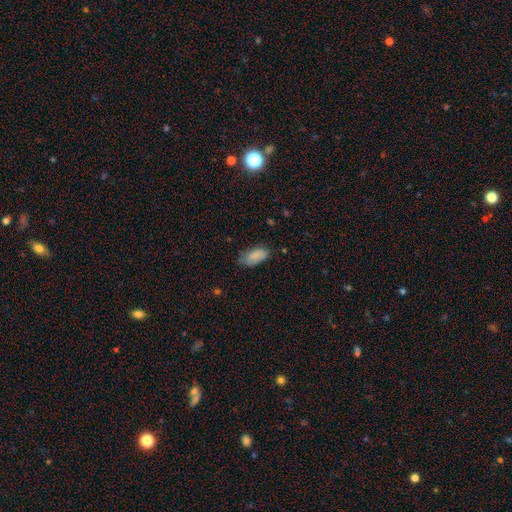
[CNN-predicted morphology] A smooth galaxy with no disk features (85%) that is in between round and cigar-shaped (92%).

Vote fractions:
- Smooth or featured? smooth: 85% / star or artifact: 7% / featured or disk: 7%
- How rounded? in between: 92% / cigar-shaped: 5% / round: 3%
- Merging? none: 63% / minor disturbance: 28% / major disturbance: 6% / merger: 2%